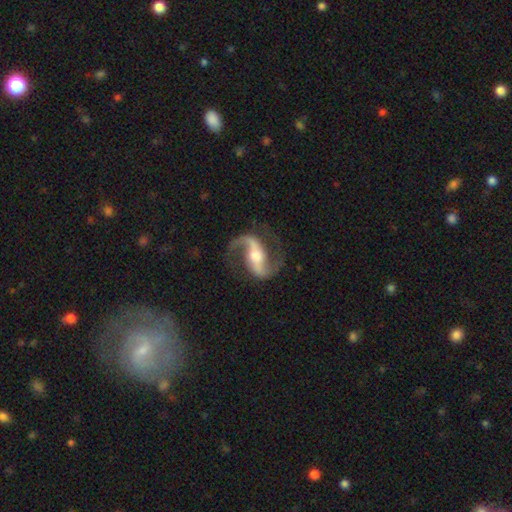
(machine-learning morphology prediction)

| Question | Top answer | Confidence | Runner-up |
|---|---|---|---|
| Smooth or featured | featured or disk | 92% | star or artifact (4%) |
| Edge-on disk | no | 96% | yes (4%) |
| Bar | strong | 54% | weak (28%) |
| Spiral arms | yes | 98% | no (2%) |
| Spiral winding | loose | 47% | medium (44%) |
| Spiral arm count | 2 | 94% | 1 (2%) |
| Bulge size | moderate | 61% | small (25%) |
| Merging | none | 81% | minor disturbance (11%) |